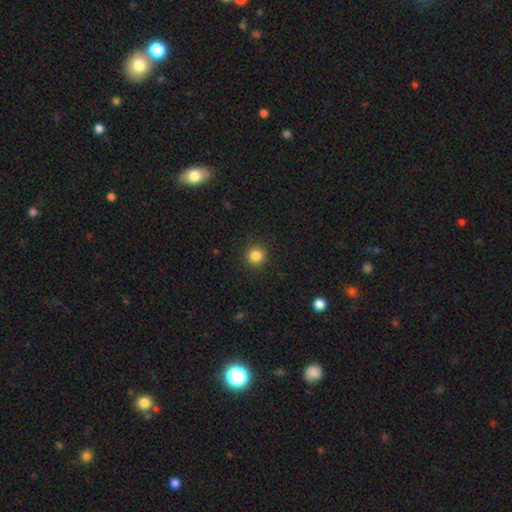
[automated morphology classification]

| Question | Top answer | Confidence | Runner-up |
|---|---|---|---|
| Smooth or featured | smooth | 84% | star or artifact (11%) |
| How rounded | round | 92% | in between (7%) |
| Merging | none | 91% | minor disturbance (6%) |